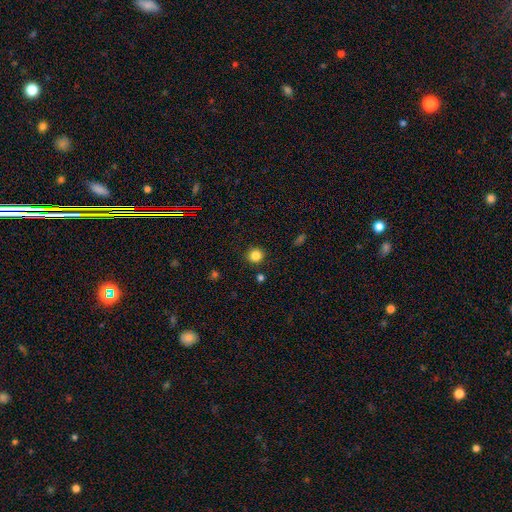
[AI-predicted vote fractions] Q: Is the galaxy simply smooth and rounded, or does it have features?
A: smooth — 83%.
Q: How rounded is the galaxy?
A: round — 93%.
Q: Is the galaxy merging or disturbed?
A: none — 91%.